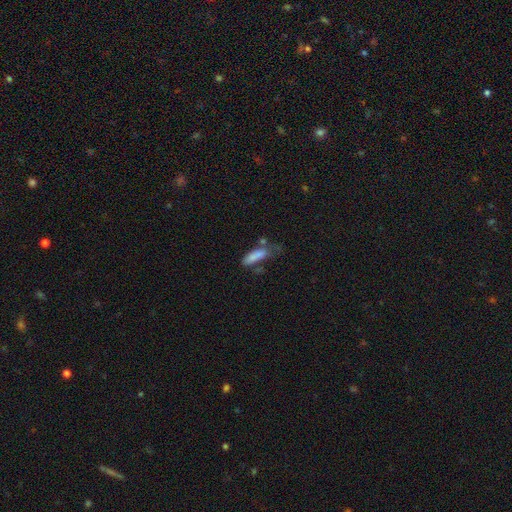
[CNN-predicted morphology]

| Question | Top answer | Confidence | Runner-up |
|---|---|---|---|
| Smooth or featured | smooth | 79% | featured or disk (12%) |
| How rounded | cigar-shaped | 51% | in between (47%) |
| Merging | none | 37% | minor disturbance (25%) |